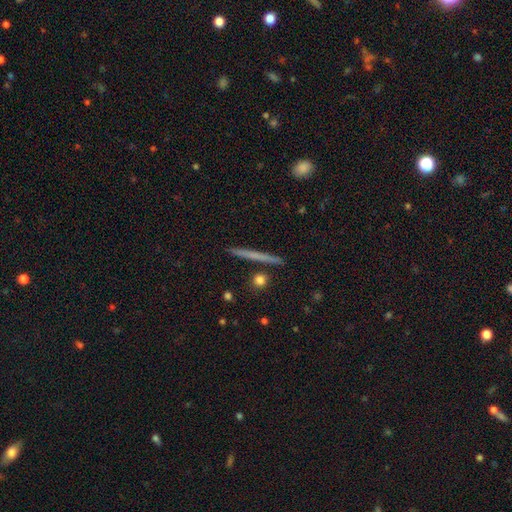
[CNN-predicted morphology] Overall: smooth (47%; featured or disk 46%). Merging: none (91%).